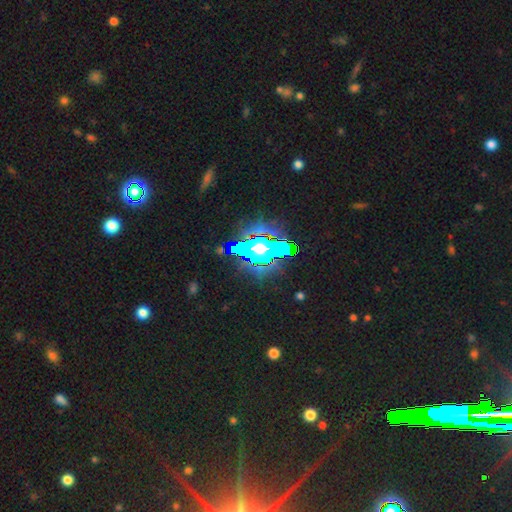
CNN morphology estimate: smooth-or-featured: star or artifact: 52% | featured or disk: 26% | smooth: 22%